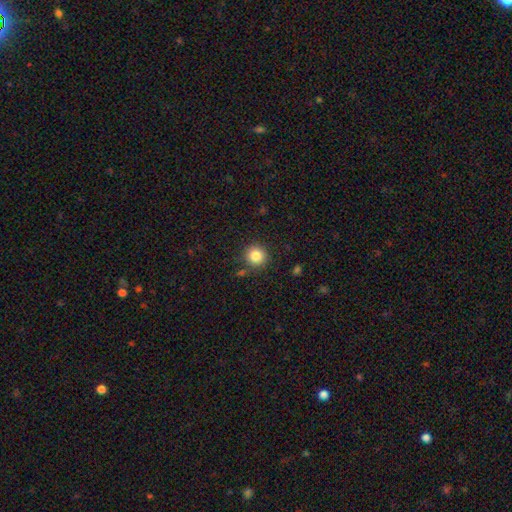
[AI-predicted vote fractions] Smooth or featured? Predicted: smooth (p=0.84). How rounded? Predicted: round (p=0.92). Merging? Predicted: none (p=0.85).